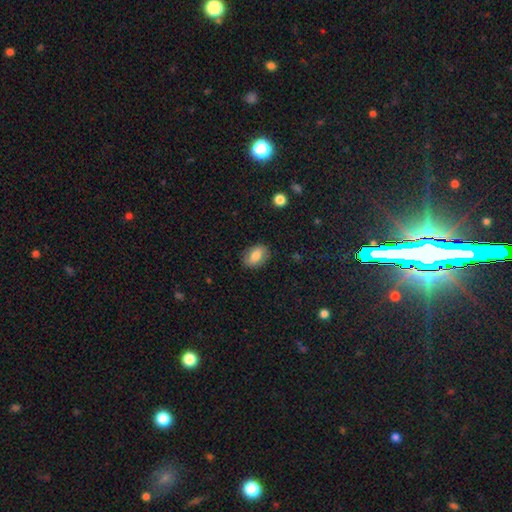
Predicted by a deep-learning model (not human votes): This is likely a smooth galaxy (80%). How rounded: clearly in between (82%). Merging: clearly none (85%).